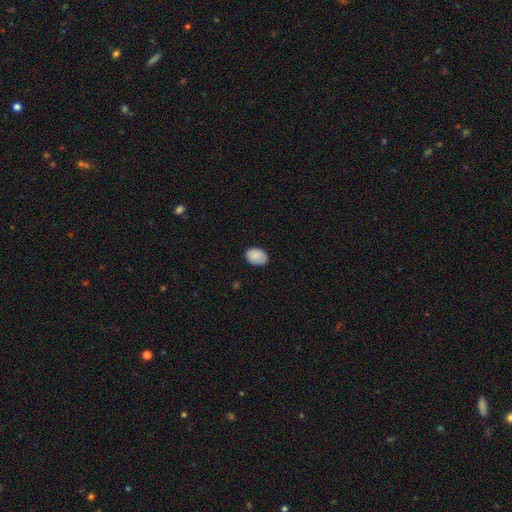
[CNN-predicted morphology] Smooth or featured? smooth (86%)
How rounded? in between (73%)
Merging? none (75%)